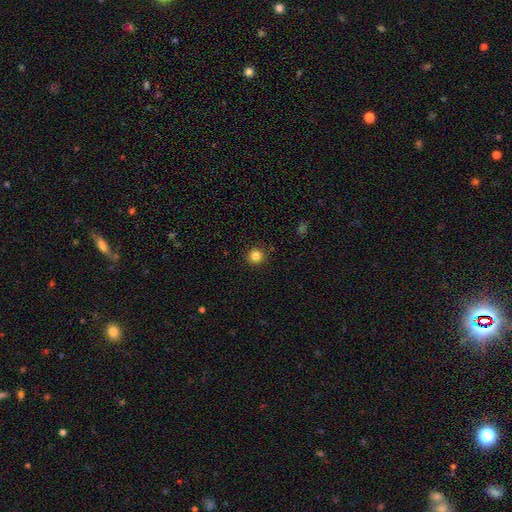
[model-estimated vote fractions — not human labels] Smooth or featured? smooth (84%)
How rounded? round (94%)
Merging? none (91%)